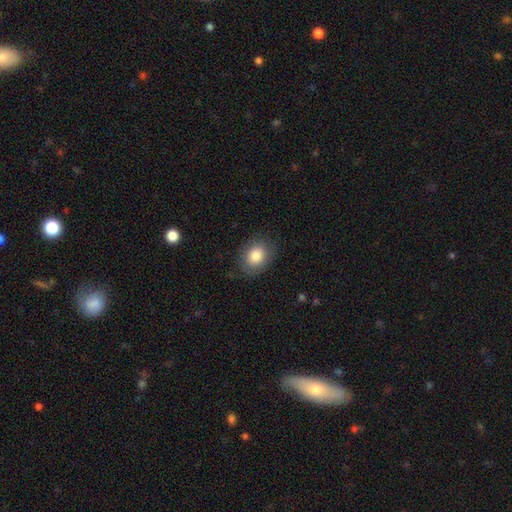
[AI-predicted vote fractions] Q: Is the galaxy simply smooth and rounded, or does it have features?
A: smooth — 84%.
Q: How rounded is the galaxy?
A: in between — 62%.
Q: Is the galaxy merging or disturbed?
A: none — 83%.